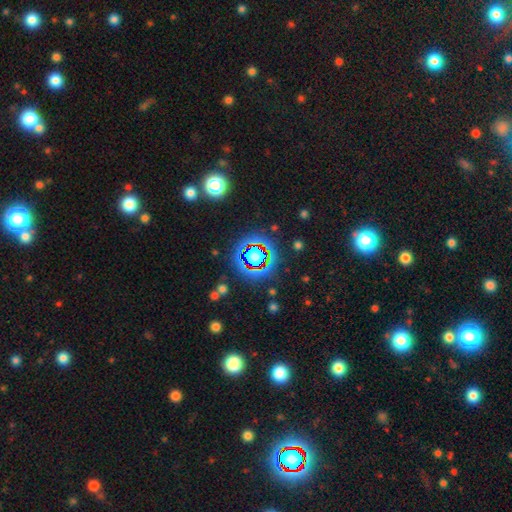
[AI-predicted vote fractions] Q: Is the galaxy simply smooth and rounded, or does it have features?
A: star or artifact — 58%.